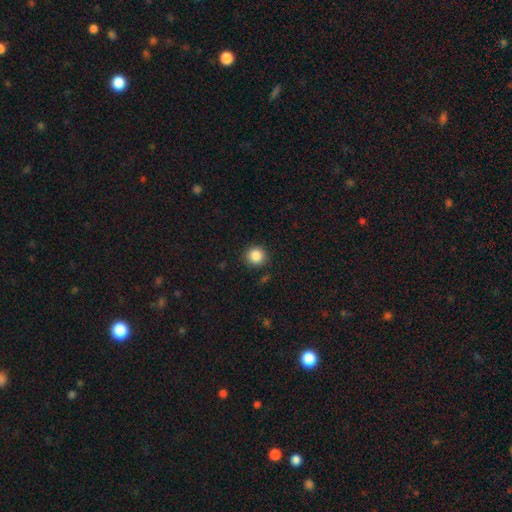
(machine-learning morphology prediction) type=smooth (86%); roundness=round (92%); merging=none (87%).